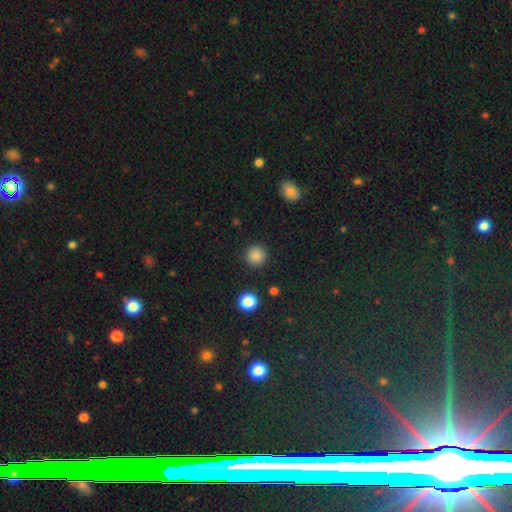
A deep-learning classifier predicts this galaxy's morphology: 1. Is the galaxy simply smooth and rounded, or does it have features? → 86% smooth, 11% star or artifact, 3% featured or disk.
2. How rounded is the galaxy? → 95% round, 4% in between, 1% cigar-shaped.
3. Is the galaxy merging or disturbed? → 91% none, 5% minor disturbance, 2% major disturbance, 1% merger.